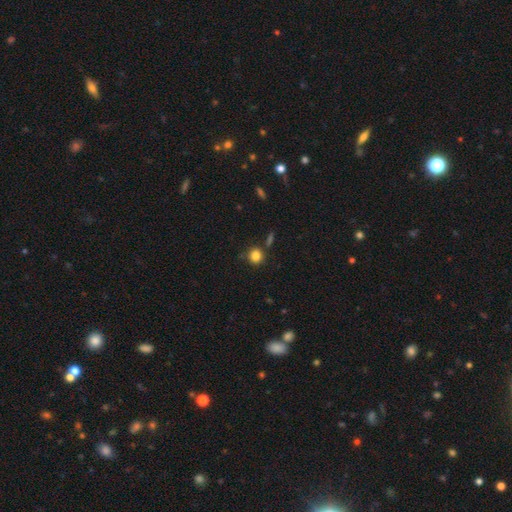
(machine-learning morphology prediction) smooth-or-featured: smooth: 83% | star or artifact: 12% | featured or disk: 5%
  how-rounded: round: 87% | in between: 12% | cigar-shaped: 1%
  merging: none: 79% | minor disturbance: 11% | merger: 6% | major disturbance: 3%